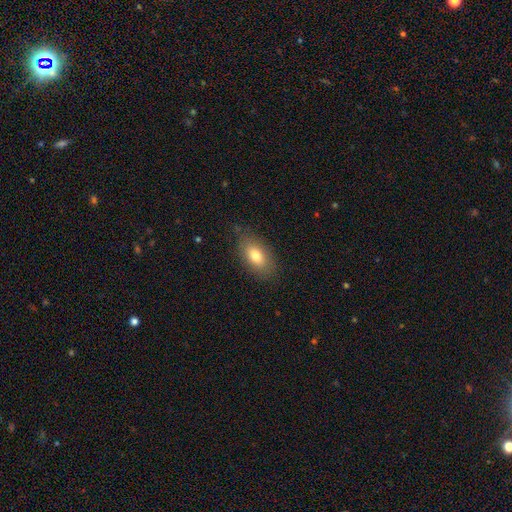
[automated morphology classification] A smooth galaxy with no disk features (78%) that is in between round and cigar-shaped (90%). Merging: none (82%).